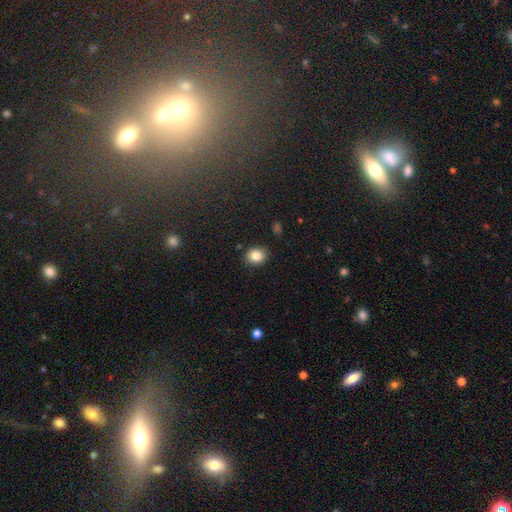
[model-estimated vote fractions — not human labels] Smooth or featured: smooth — 84% (star or artifact — 10%)
How rounded: round — 61% (in between — 38%)
Merging: none — 88% (minor disturbance — 9%)